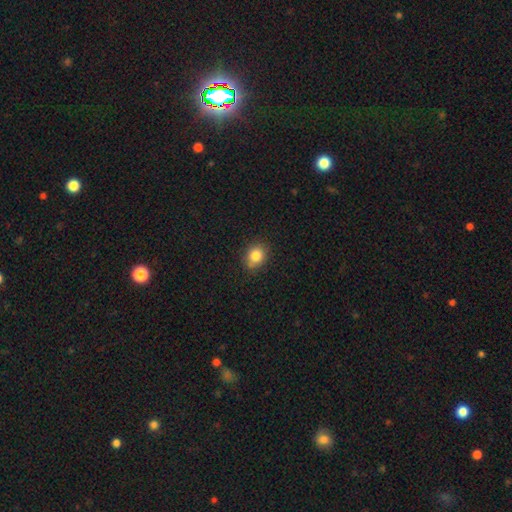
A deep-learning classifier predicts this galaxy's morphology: smooth_or_featured: smooth (p=0.83) [alt: star or artifact p=0.10]
how_rounded: round (p=0.62) [alt: in between p=0.37]
merging: none (p=0.79) [alt: minor disturbance p=0.16]